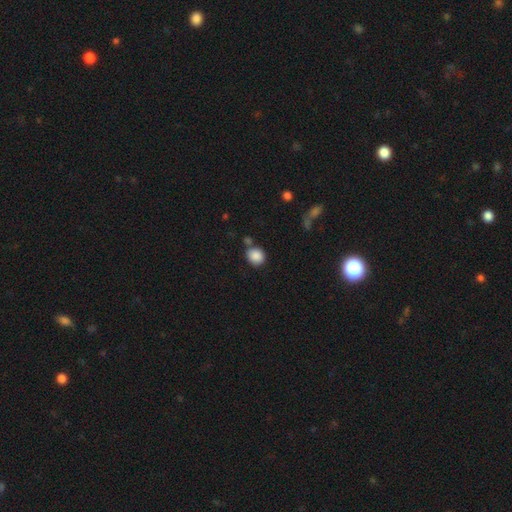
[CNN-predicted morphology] Q: Smooth or featured?
A: smooth (87%); runner-up: star or artifact (9%)
Q: How rounded?
A: round (78%); runner-up: in between (21%)
Q: Merging?
A: none (71%); runner-up: minor disturbance (13%)